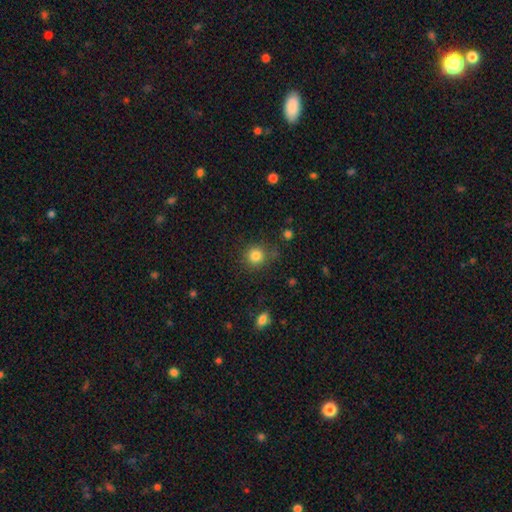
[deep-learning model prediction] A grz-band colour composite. It shows a smooth galaxy with no disk features (83%) that is round (91%). Merging: none (83%).